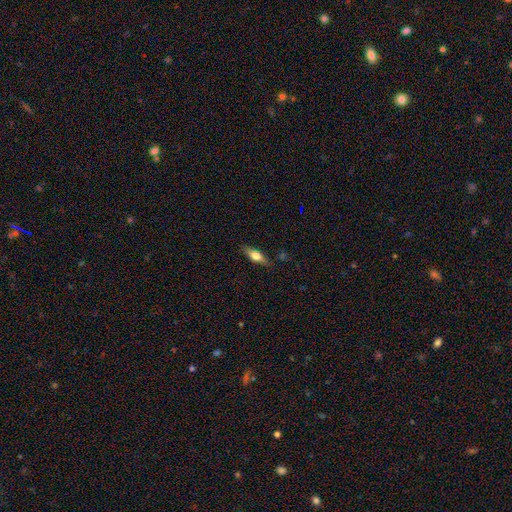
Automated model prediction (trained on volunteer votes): This is possibly a smooth galaxy (56%). How rounded: possibly in between (56%). Merging: likely none (79%).